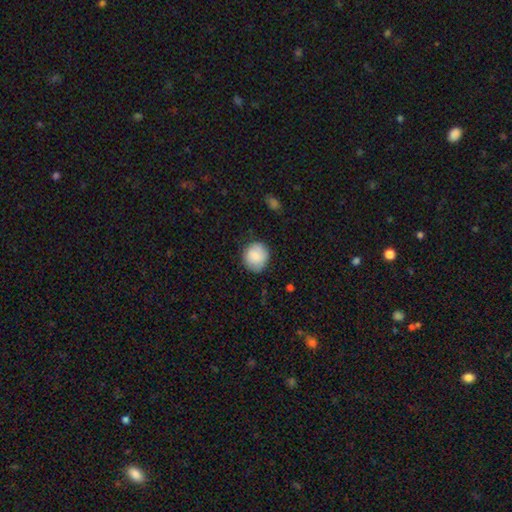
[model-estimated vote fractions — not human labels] This is clearly a smooth galaxy (85%). How rounded: clearly round (88%). Merging: clearly none (84%).